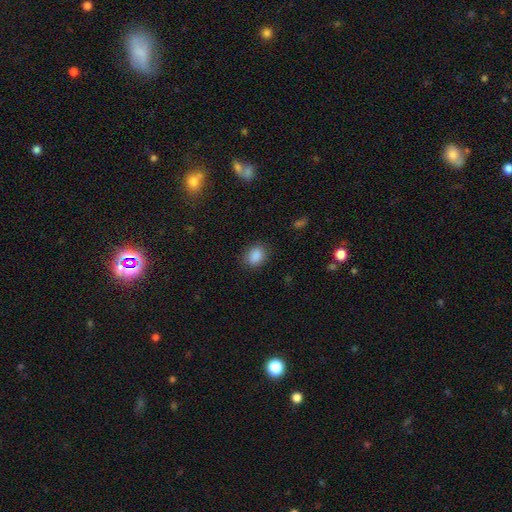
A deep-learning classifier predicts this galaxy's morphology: A smooth galaxy with no disk features (88%) that is in between round and cigar-shaped (66%). Merging: none (84%).